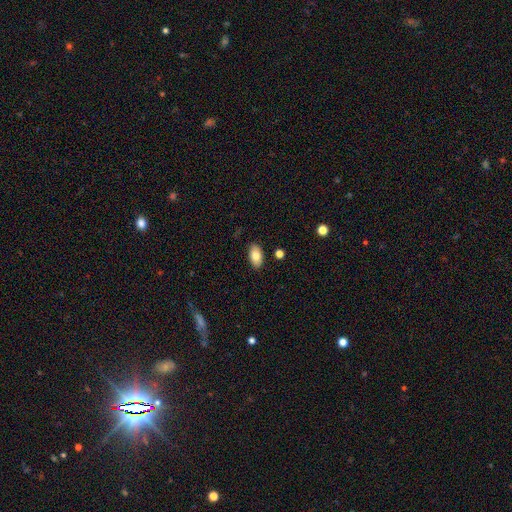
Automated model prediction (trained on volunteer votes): Overall: smooth (79%). How rounded: in between (93%). Merging: none (87%).